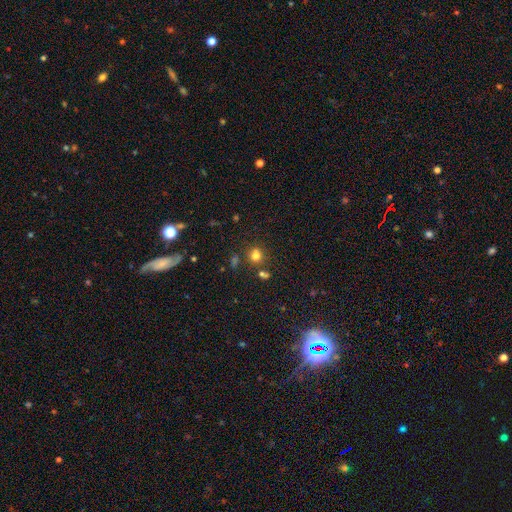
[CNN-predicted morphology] Smooth or featured? Predicted: smooth (p=0.75). How rounded? Predicted: round (p=0.84). Merging? Predicted: none (p=0.76).